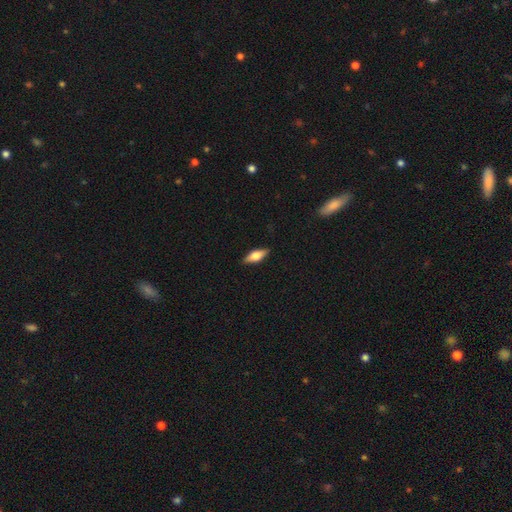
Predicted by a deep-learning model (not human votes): This appears to be a smooth galaxy with no disk features (56%) that is in between round and cigar-shaped (65%). Merging: none (89%).